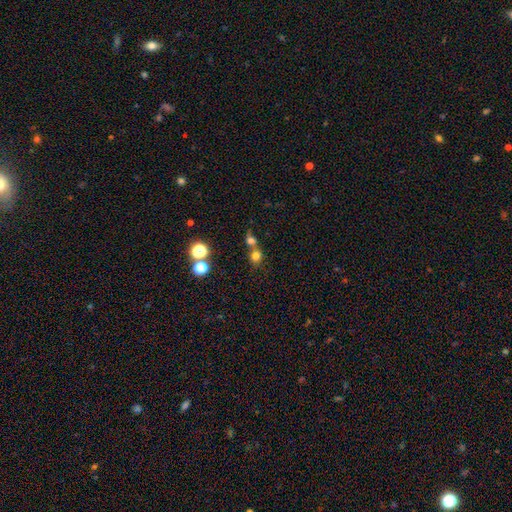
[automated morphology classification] smooth-or-featured: smooth: 74% | star or artifact: 17% | featured or disk: 9%
  how-rounded: round: 80% | in between: 19% | cigar-shaped: 1%
  merging: merger: 44% (tied) | none: 44% (tied) | minor disturbance: 7% | major disturbance: 4%